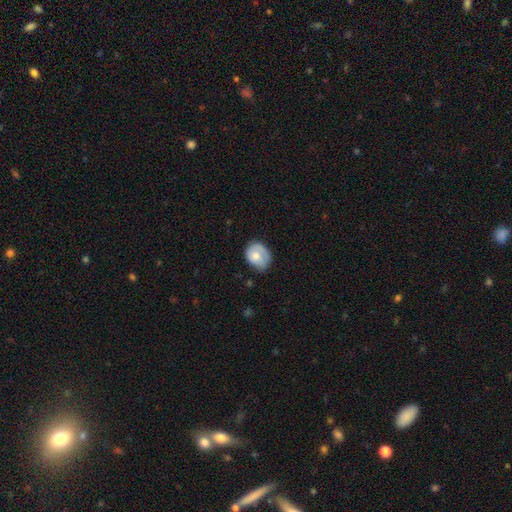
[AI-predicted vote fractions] smooth 62%, featured or disk 31%, star or artifact 7%. Down the decision tree: how rounded — in between (51%); merging — none (52%).